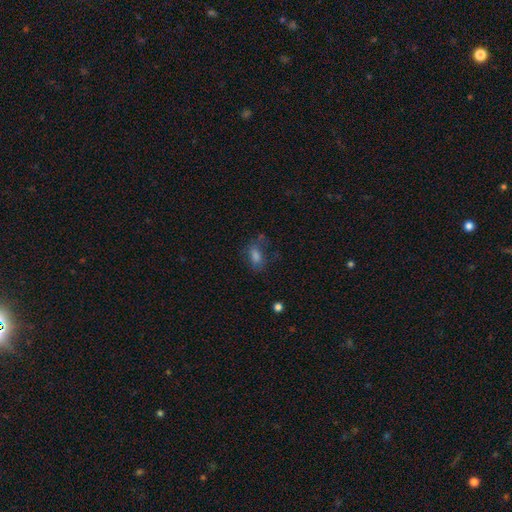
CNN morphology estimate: This appears to be a smooth galaxy with no disk features (61%) that is in between round and cigar-shaped (81%). Merging: none (53%).